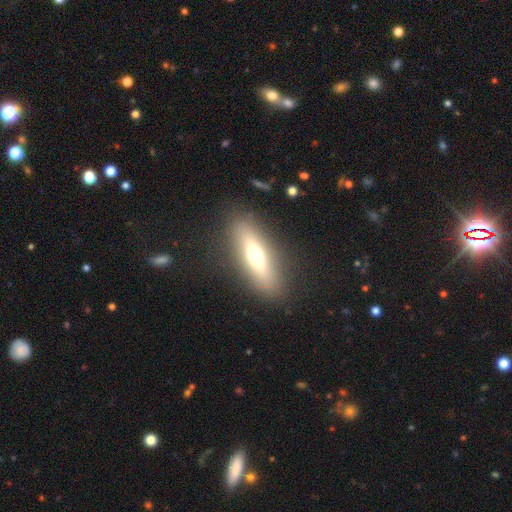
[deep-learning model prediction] Smooth or featured?
  - smooth: 53% *
  - featured or disk: 39%
  - star or artifact: 8%
How rounded?
  - cigar-shaped: 55% *
  - in between: 42%
  - round: 3%
Merging?
  - none: 86% *
  - minor disturbance: 9%
  - major disturbance: 4%
  - merger: 1%